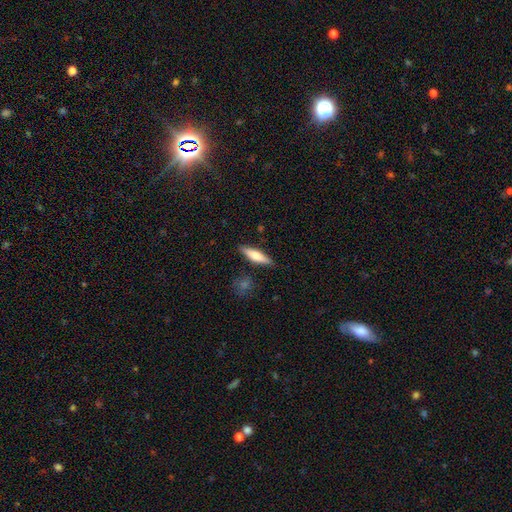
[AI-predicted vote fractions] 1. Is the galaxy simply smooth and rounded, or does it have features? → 62% smooth, 32% featured or disk, 6% star or artifact.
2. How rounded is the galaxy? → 71% cigar-shaped, 27% in between, 2% round.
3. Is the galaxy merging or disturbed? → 86% none, 10% minor disturbance, 2% merger, 2% major disturbance.